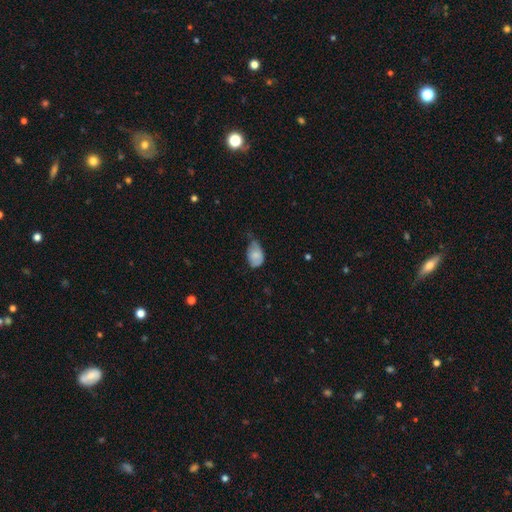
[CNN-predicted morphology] type=smooth (78%); roundness=in between (83%); merging=minor disturbance (51%).